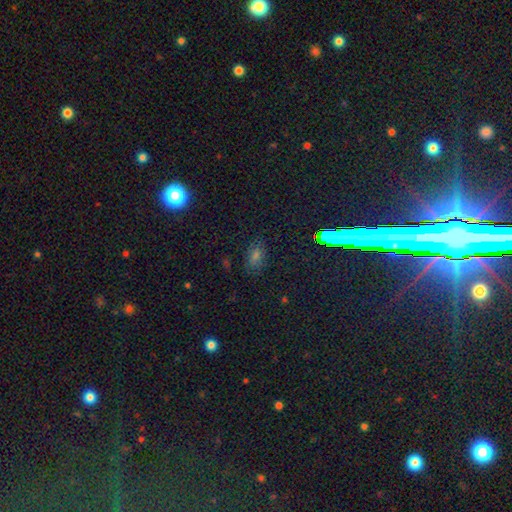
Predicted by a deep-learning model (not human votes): This appears to be a smooth galaxy with no disk features (56%) that is in between round and cigar-shaped (81%). Merging: none (81%).